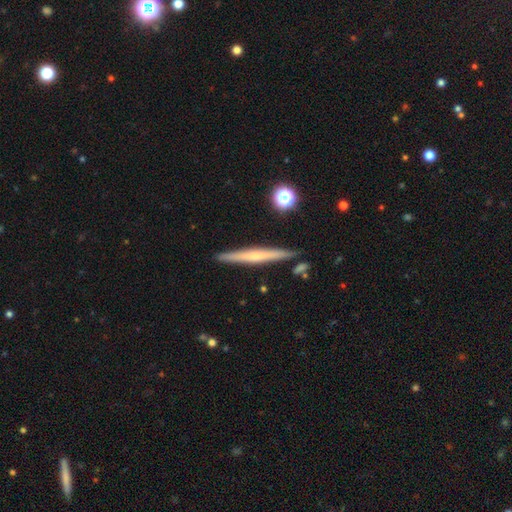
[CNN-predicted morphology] Overall: featured or disk (57%; smooth 36%). Edge-on disk: yes (97%). Edge-on bulge: rounded (48%; none 47%). Merging: none (89%).